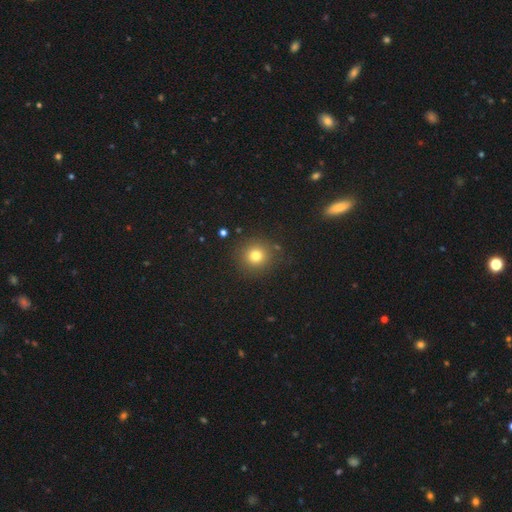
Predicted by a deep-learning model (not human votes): Overall: smooth (78%). How rounded: round (92%). Merging: none (88%).